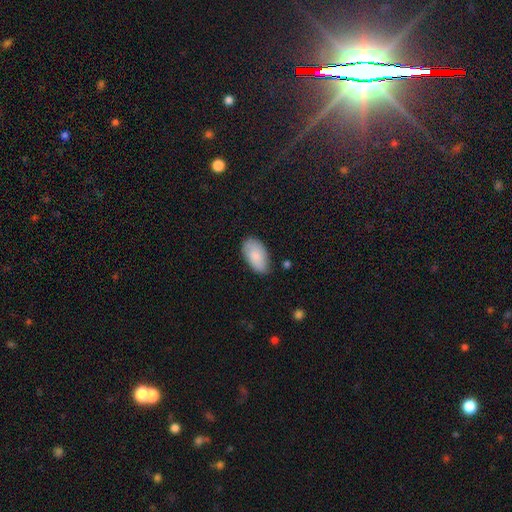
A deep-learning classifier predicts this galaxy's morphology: type=smooth (83%); roundness=in between (95%); merging=none (74%).